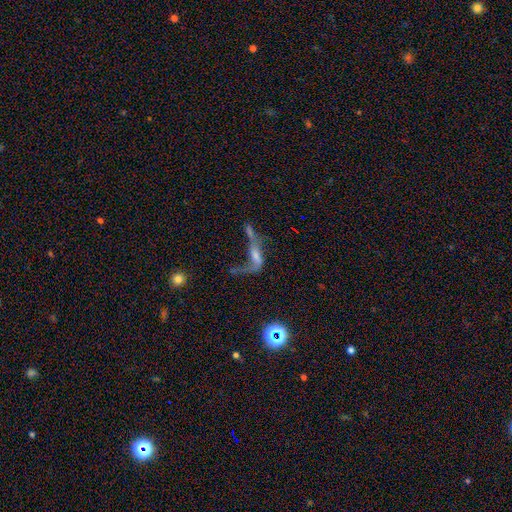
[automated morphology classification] Smooth or featured?
  - featured or disk: 60% *
  - smooth: 22%
  - star or artifact: 18%
Edge-on disk?
  - no: 83% *
  - yes: 17%
Bar?
  - no: 56% *
  - weak: 28%
  - strong: 16%
Spiral arms?
  - yes: 61% *
  - no: 39%
Bulge size?
  - small: 36% *
  - none: 29%
  - moderate: 27%
  - large: 6%
  - dominant: 3%
Merging?
  - major disturbance: 37% *
  - merger: 29%
  - none: 23%
  - minor disturbance: 12%